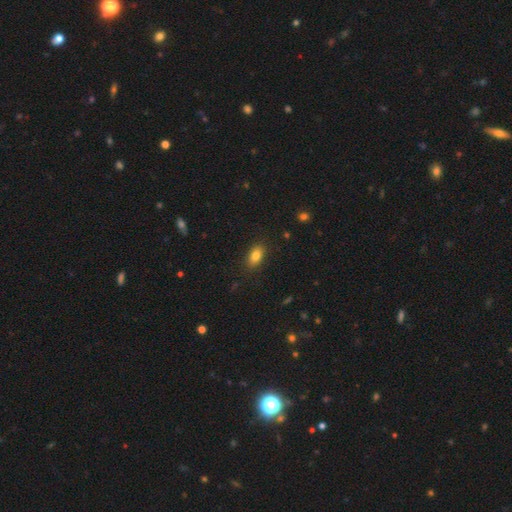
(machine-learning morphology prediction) Smooth or featured?
  - smooth: 83% *
  - star or artifact: 10%
  - featured or disk: 8%
How rounded?
  - in between: 87% *
  - round: 9%
  - cigar-shaped: 4%
Merging?
  - none: 87% *
  - minor disturbance: 10%
  - major disturbance: 2%
  - merger: 1%